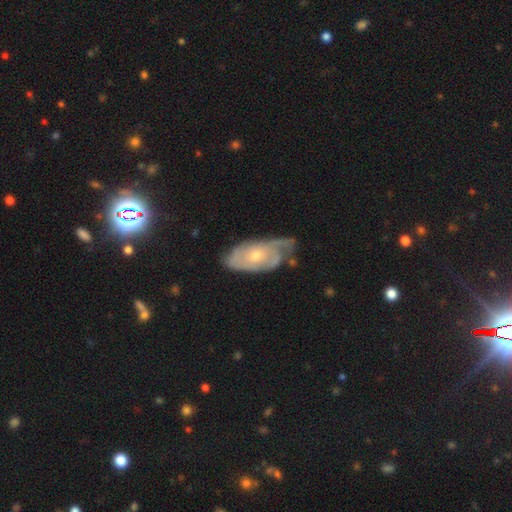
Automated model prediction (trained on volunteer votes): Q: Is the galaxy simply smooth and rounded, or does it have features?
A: featured or disk — 73%.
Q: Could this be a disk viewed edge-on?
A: no — 93%.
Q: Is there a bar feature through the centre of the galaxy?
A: no — 78%.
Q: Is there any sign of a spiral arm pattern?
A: yes — 85%.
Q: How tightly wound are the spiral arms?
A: tight — 57%.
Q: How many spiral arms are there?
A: can't tell — 43%.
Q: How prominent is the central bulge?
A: small — 51%.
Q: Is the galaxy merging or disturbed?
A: none — 45%.